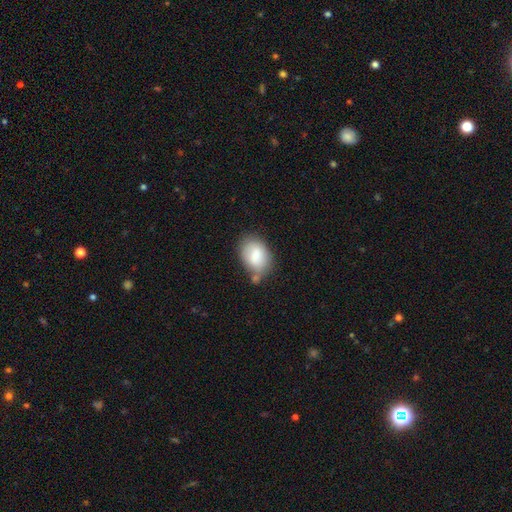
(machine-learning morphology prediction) This appears to be a smooth galaxy with no disk features (81%) that is in between round and cigar-shaped (82%). Merging: none (53%).